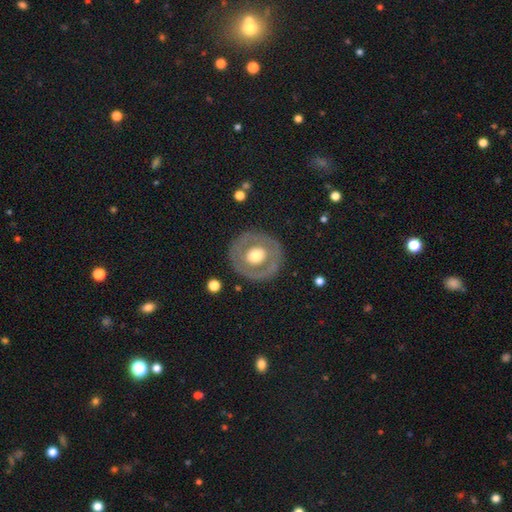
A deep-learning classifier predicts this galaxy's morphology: Q: Smooth or featured?
A: featured or disk (54%); runner-up: smooth (40%)
Q: Edge-on disk?
A: no (95%); runner-up: yes (5%)
Q: Bar?
A: no (84%); runner-up: weak (11%)
Q: Spiral arms?
A: no (87%); runner-up: yes (13%)
Q: Bulge size?
A: moderate (58%); runner-up: large (33%)
Q: Merging?
A: none (83%); runner-up: minor disturbance (10%)